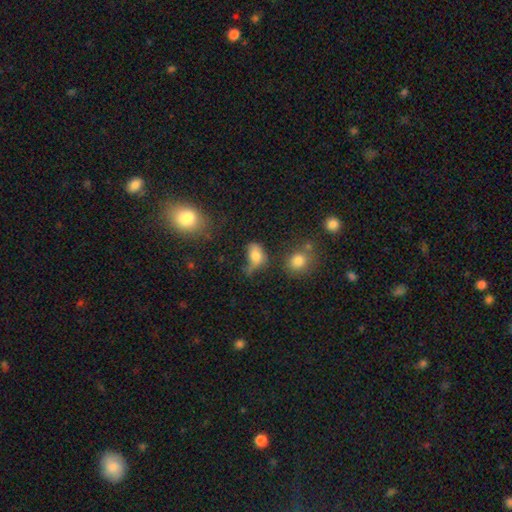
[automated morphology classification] smooth-or-featured: smooth: 76% | featured or disk: 12% | star or artifact: 12%
  how-rounded: in between: 77% | round: 21% | cigar-shaped: 2%
  merging: minor disturbance: 31% | none: 30% | major disturbance: 27% | merger: 12%